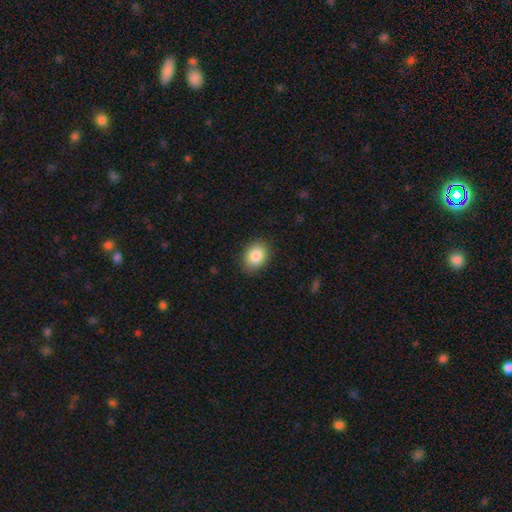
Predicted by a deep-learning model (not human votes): Smooth or featured: smooth — 87% (star or artifact — 8%)
How rounded: in between — 66% (round — 33%)
Merging: none — 87% (minor disturbance — 10%)